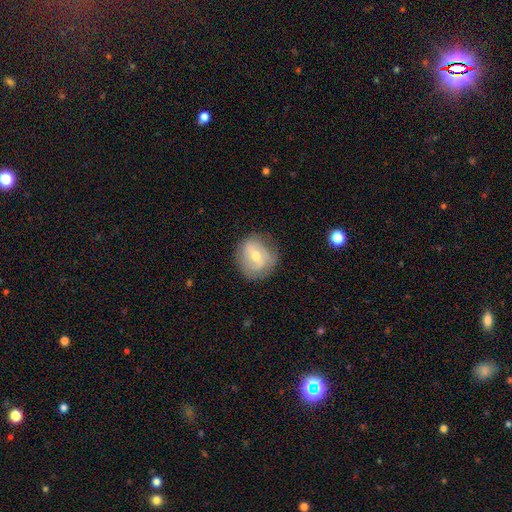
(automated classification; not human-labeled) Smooth or featured? featured or disk (50%)
Merging? none (72%)